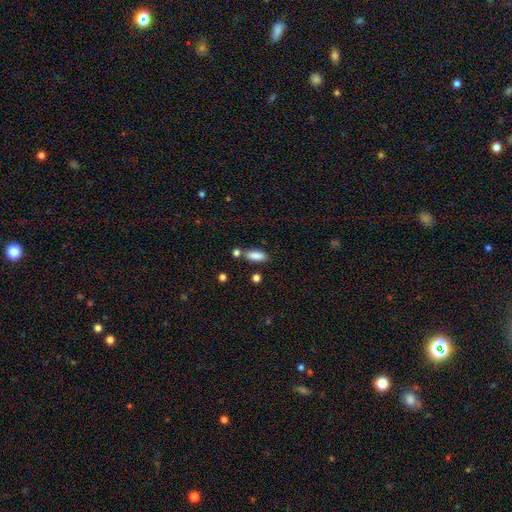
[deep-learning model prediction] Morphology: type=smooth (87%); roundness=in between (78%); merging=none (71%).